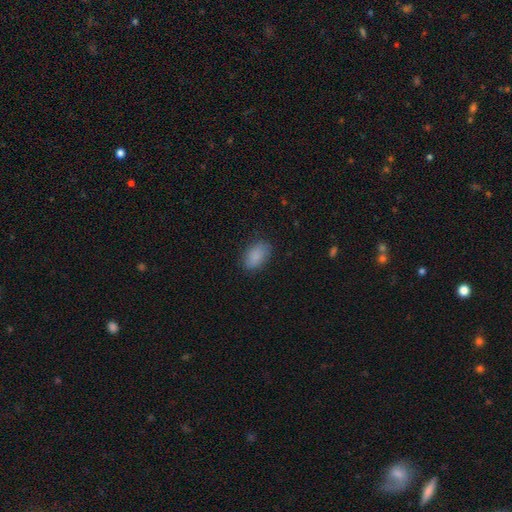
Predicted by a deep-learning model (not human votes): smooth_or_featured: smooth (p=0.88) [alt: star or artifact p=0.08]
how_rounded: in between (p=0.90) [alt: round p=0.08]
merging: none (p=0.82) [alt: minor disturbance p=0.13]